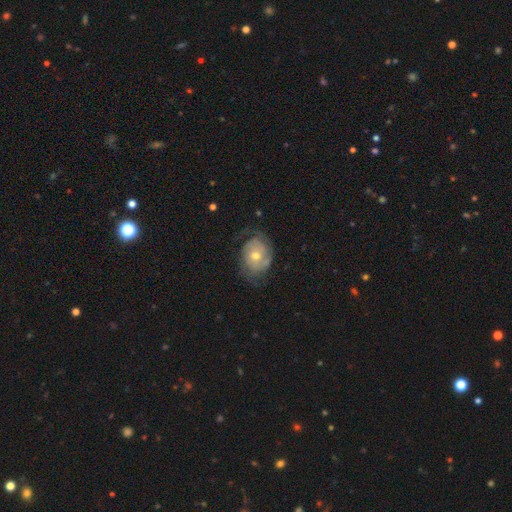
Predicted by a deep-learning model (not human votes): This appears to be a featured or disk galaxy (70%) with no bar (77%), 2 (44%) tight (52%) spiral arms (83%) and a moderate central bulge (65%). Merging: none (56%).